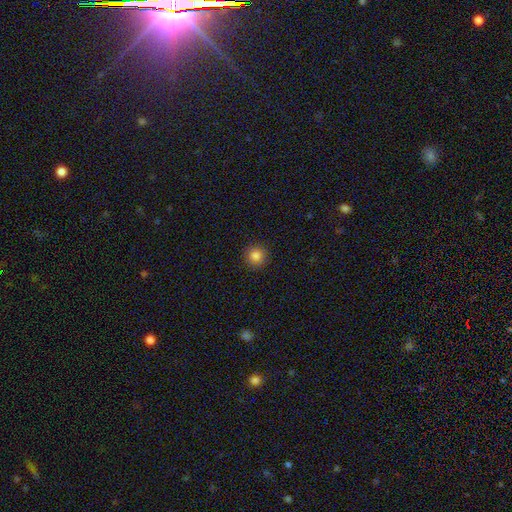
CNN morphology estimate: This appears to be a smooth galaxy with no disk features (84%) that is round (95%). Merging: none (92%).